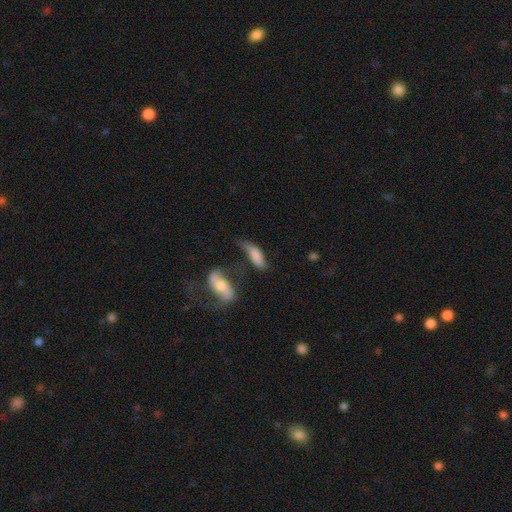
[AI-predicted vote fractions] A smooth galaxy with no disk features (64%) that is in between round and cigar-shaped (53%). Merging: none (30%).